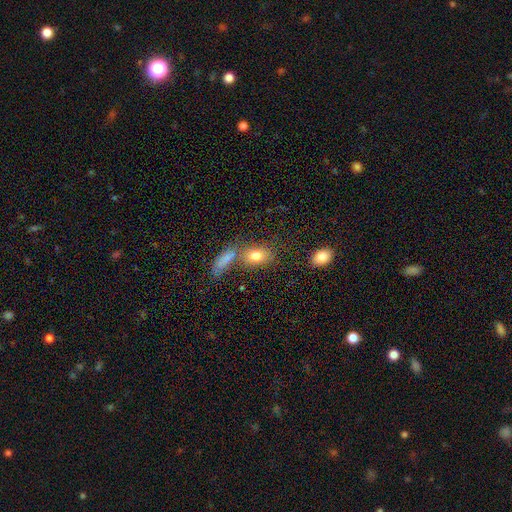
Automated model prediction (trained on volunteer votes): Morphology: type=smooth (78%); roundness=in between (73%); merging=none (55%).